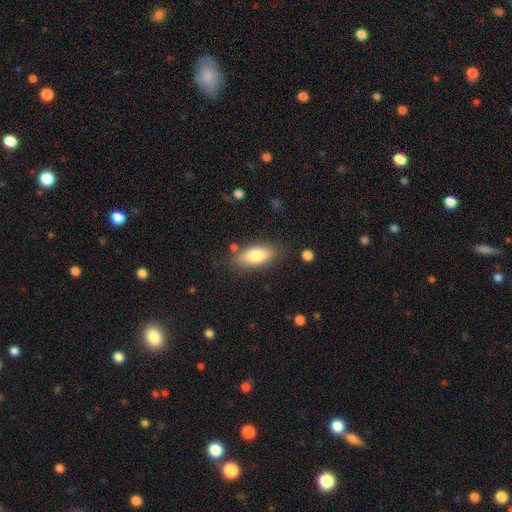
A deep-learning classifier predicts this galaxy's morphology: A smooth galaxy with no disk features (80%) that is in between round and cigar-shaped (85%).

Vote fractions:
- Smooth or featured? smooth: 80% / featured or disk: 13% / star or artifact: 7%
- How rounded? in between: 85% / cigar-shaped: 12% / round: 3%
- Merging? none: 80% / minor disturbance: 13% / major disturbance: 4% / merger: 3%